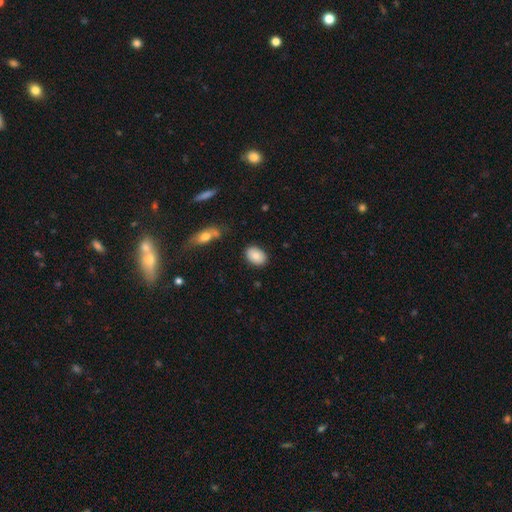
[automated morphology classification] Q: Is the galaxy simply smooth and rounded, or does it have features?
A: smooth — 82%.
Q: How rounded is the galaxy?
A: in between — 83%.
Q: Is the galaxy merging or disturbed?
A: none — 85%.